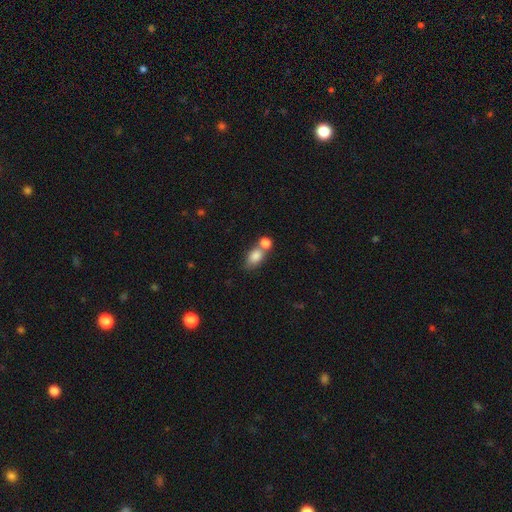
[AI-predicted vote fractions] Smooth or featured: smooth — 82% (featured or disk — 10%)
How rounded: in between — 79% (round — 18%)
Merging: merger — 50% (none — 35%)